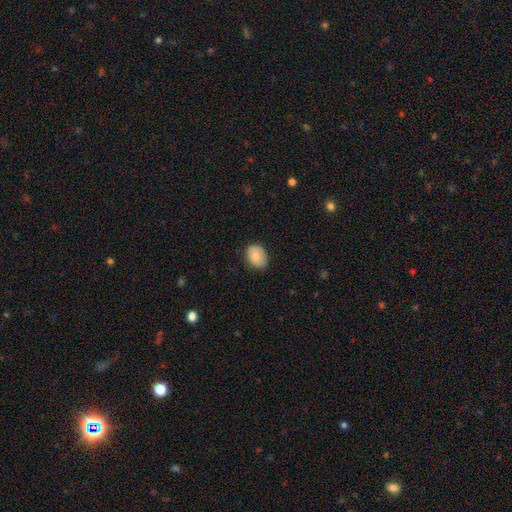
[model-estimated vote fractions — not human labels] Smooth or featured? Predicted: smooth (p=0.81). How rounded? Predicted: in between (p=0.68). Merging? Predicted: none (p=0.79).